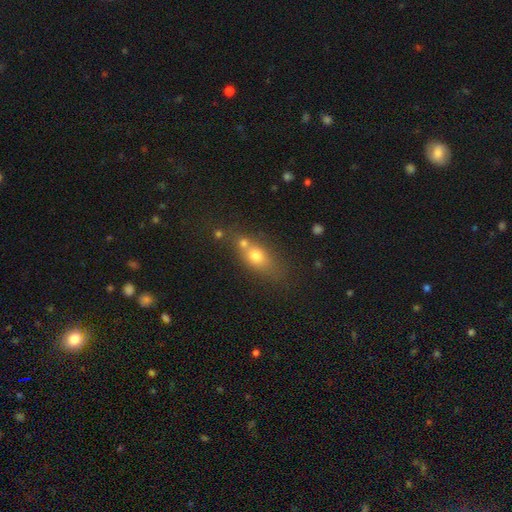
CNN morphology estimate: A smooth galaxy with no disk features (68%) that is in between round and cigar-shaped (59%). Merging: none (47%).